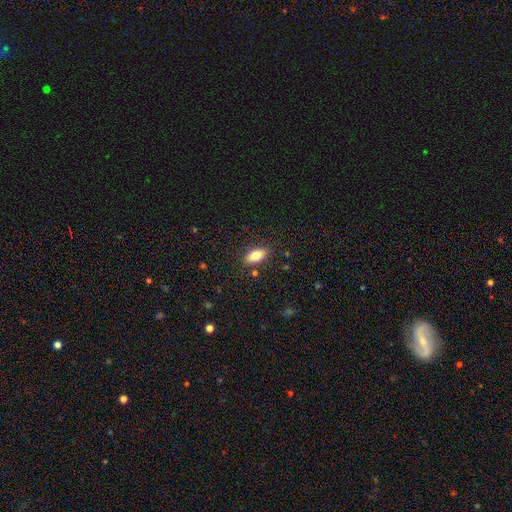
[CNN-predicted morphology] Q: Smooth or featured?
A: smooth (80%); runner-up: featured or disk (12%)
Q: How rounded?
A: in between (88%); runner-up: cigar-shaped (7%)
Q: Merging?
A: none (86%); runner-up: minor disturbance (10%)